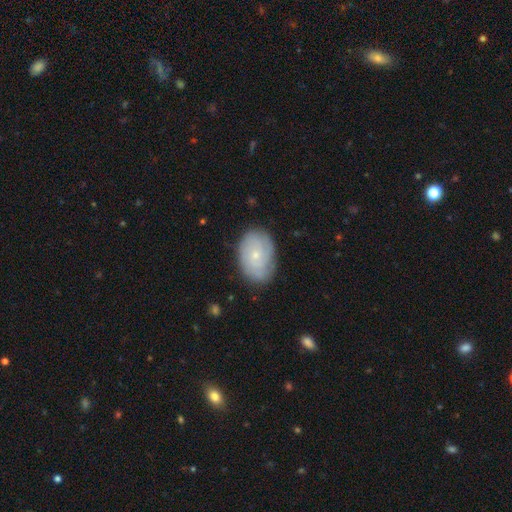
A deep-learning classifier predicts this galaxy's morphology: This is possibly a featured or disk galaxy (50%). Merging: likely none (77%).